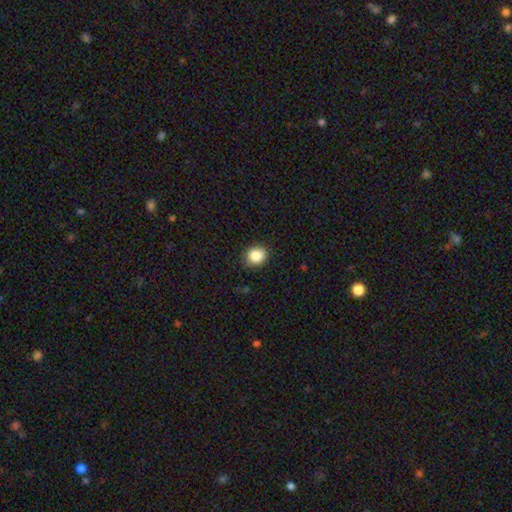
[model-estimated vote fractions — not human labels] The model was most divided on "how rounded": round: 76%, in between: 24%, cigar-shaped: 1%. More confident: merging — none (87%); smooth or featured — smooth (86%).